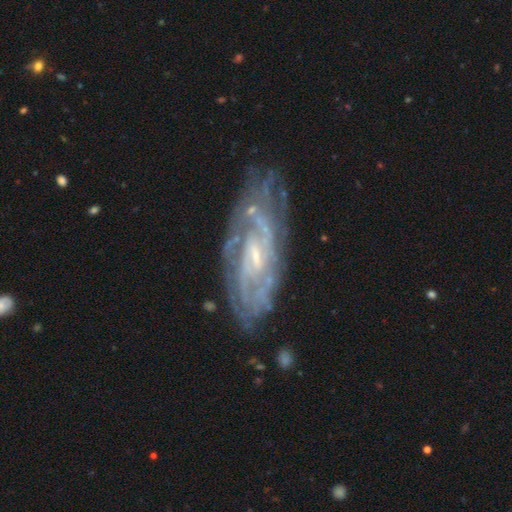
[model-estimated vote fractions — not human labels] Smooth or featured? featured or disk (86%)
Edge-on disk? no (91%)
Bar? weak (46%)
Spiral arms? yes (93%)
Spiral winding? tight (58%)
Spiral arm count? can't tell (41%)
Bulge size? small (64%)
Merging? none (69%)